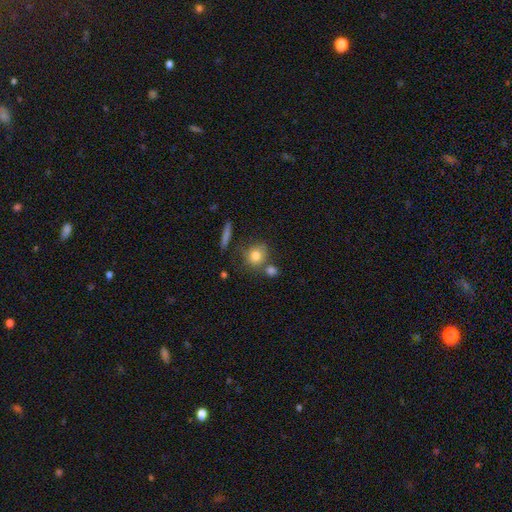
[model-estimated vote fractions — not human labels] smooth-or-featured: smooth: 78% | featured or disk: 12% | star or artifact: 10%
  how-rounded: round: 74% | in between: 23% | cigar-shaped: 3%
  merging: none: 63% | merger: 19% | minor disturbance: 13% | major disturbance: 5%